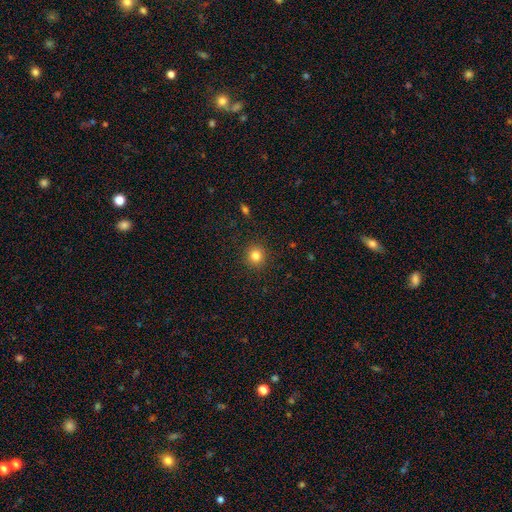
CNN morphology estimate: Q: Smooth or featured?
A: smooth (82%); runner-up: star or artifact (12%)
Q: How rounded?
A: round (93%); runner-up: in between (6%)
Q: Merging?
A: none (91%); runner-up: minor disturbance (6%)